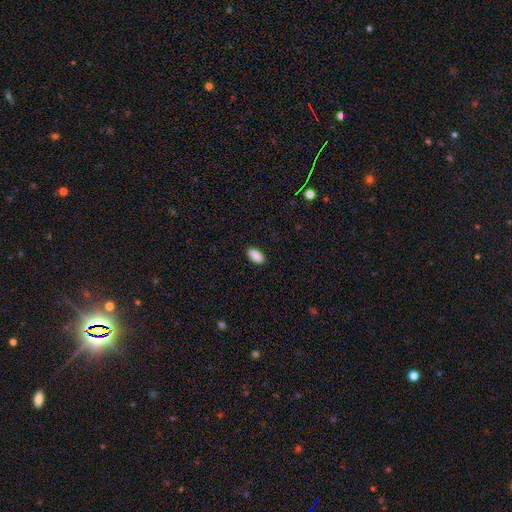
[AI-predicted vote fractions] Smooth or featured? smooth (90%)
How rounded? in between (90%)
Merging? none (88%)